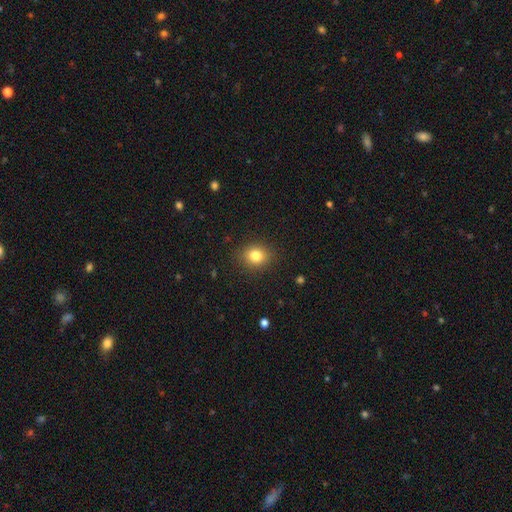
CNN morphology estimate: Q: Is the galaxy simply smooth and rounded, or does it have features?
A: smooth — 81%.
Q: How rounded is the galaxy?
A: round — 68%.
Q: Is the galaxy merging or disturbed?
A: none — 88%.